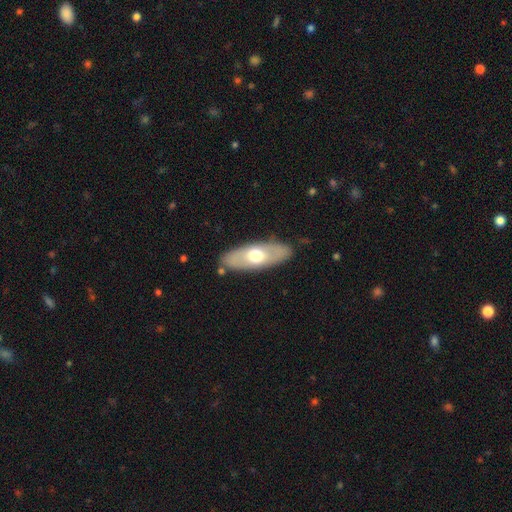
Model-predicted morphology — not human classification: Q: Smooth or featured?
A: smooth (52%); runner-up: featured or disk (42%)
Q: How rounded?
A: in between (73%); runner-up: cigar-shaped (25%)
Q: Merging?
A: none (84%); runner-up: minor disturbance (11%)